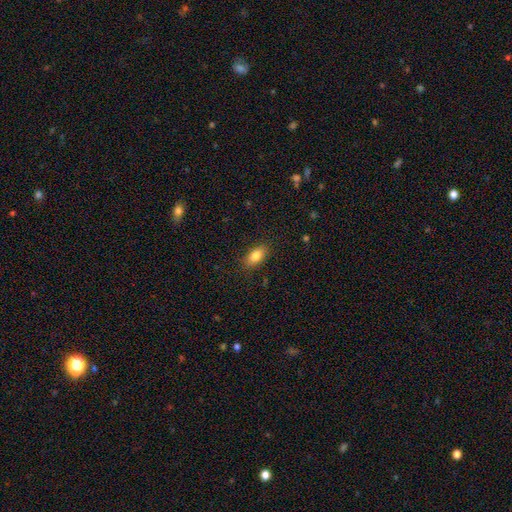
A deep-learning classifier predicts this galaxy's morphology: smooth 83%, featured or disk 9%, star or artifact 8%. Down the decision tree: how rounded — in between (89%); merging — none (86%).